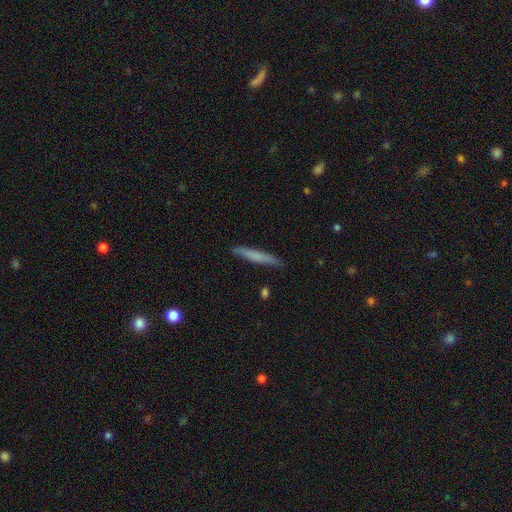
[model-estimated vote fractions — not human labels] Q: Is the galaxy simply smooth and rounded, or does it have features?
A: smooth — 67%.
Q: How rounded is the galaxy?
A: cigar-shaped — 95%.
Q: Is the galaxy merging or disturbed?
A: none — 87%.